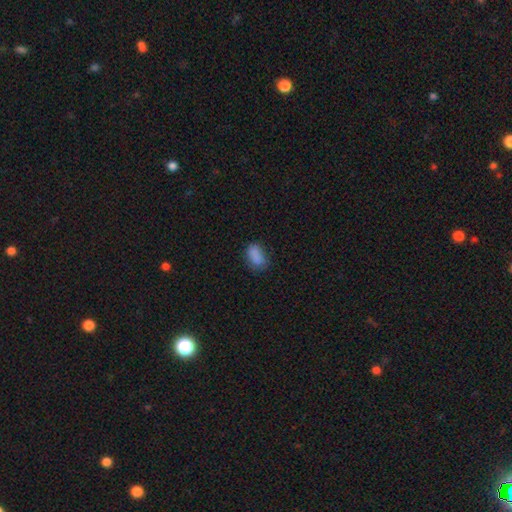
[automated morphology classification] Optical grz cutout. It shows a smooth galaxy with no disk features (85%) that is in between round and cigar-shaped (89%). Merging: none (68%).